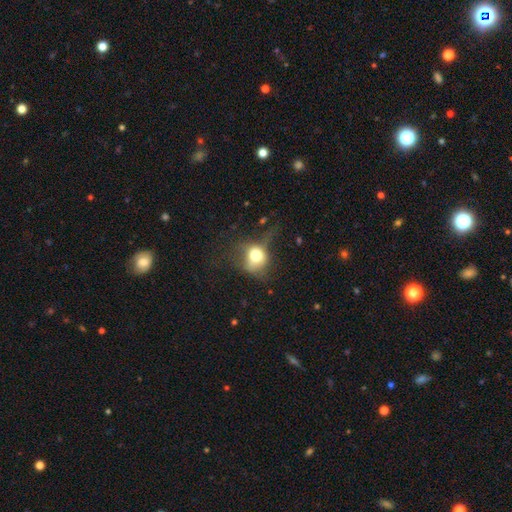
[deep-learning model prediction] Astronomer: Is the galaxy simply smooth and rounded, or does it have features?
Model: smooth — 65%.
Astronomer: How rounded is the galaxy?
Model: round — 67%.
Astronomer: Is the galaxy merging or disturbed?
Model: none — 38% (runner-up: major disturbance, 30%).